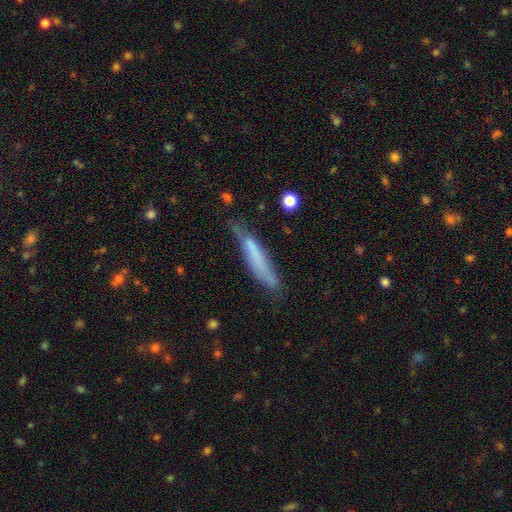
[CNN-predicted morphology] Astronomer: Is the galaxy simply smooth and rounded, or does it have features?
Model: smooth — 62%.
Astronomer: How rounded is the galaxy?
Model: cigar-shaped — 89%.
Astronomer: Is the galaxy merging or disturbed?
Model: none — 55% (runner-up: minor disturbance, 31%).